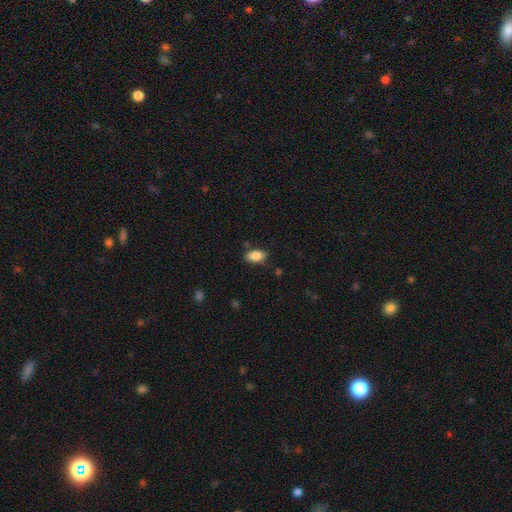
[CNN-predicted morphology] The model was most divided on "merging": none: 81%, minor disturbance: 13%, major disturbance: 3%, merger: 3%. More confident: how rounded — in between (91%); smooth or featured — smooth (84%).